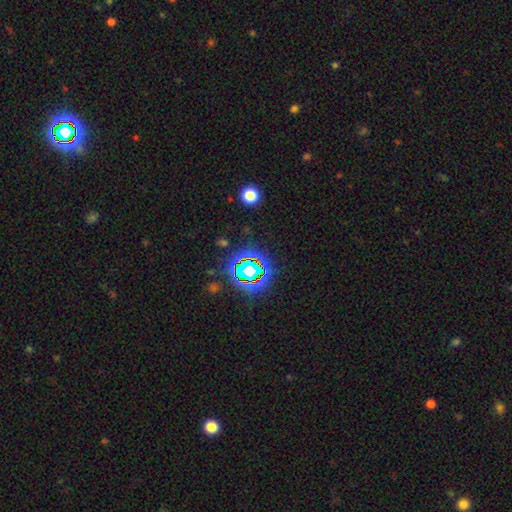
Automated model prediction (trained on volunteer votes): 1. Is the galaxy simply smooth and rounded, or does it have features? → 76% star or artifact, 16% smooth, 8% featured or disk.